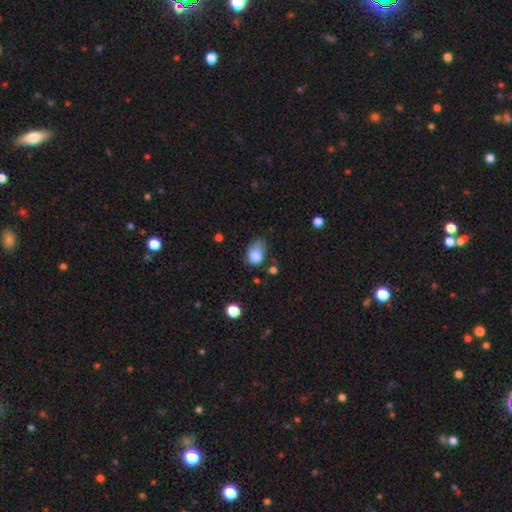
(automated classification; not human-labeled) Smooth or featured? smooth (82%)
How rounded? in between (64%)
Merging? minor disturbance (39%, tied with none)